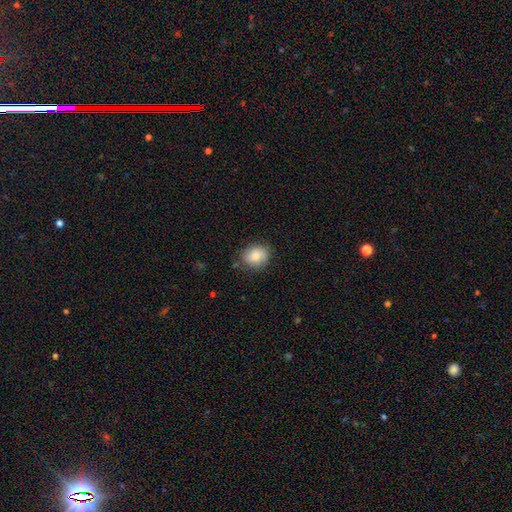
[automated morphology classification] Smooth or featured? smooth (82%)
How rounded? round (53%)
Merging? none (78%)